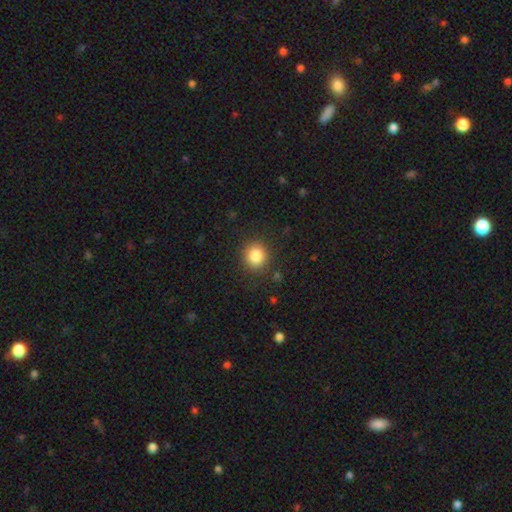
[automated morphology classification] smooth_or_featured: smooth (p=0.85) [alt: star or artifact p=0.10]
how_rounded: round (p=0.85) [alt: in between p=0.14]
merging: none (p=0.88) [alt: minor disturbance p=0.08]